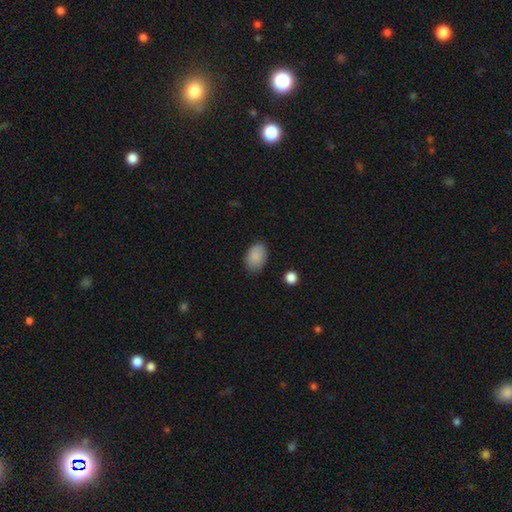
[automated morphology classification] smooth_or_featured: smooth (p=0.88) [alt: star or artifact p=0.08]
how_rounded: in between (p=0.84) [alt: round p=0.15]
merging: none (p=0.80) [alt: minor disturbance p=0.15]